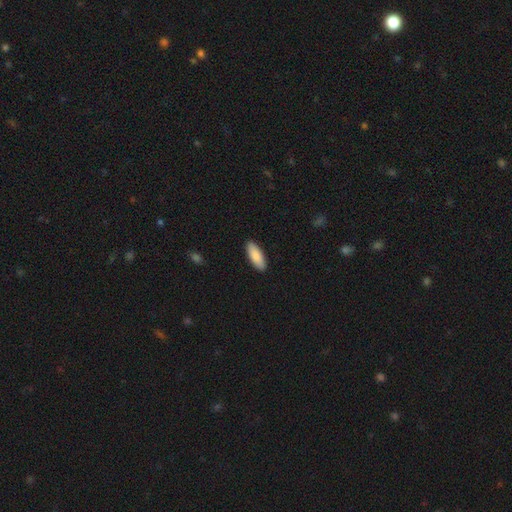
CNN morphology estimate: smooth_or_featured: smooth (p=0.88) [alt: featured or disk p=0.07]
how_rounded: in between (p=0.70) [alt: cigar-shaped p=0.28]
merging: none (p=0.91) [alt: minor disturbance p=0.07]